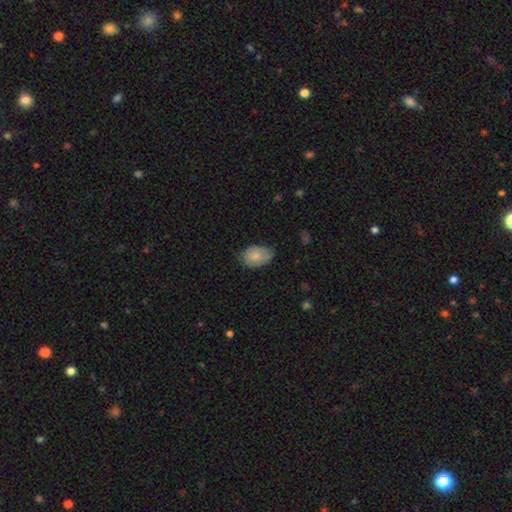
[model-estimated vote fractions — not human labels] smooth 79%, featured or disk 14%, star or artifact 7%. Down the decision tree: how rounded — in between (83%); merging — none (63%).